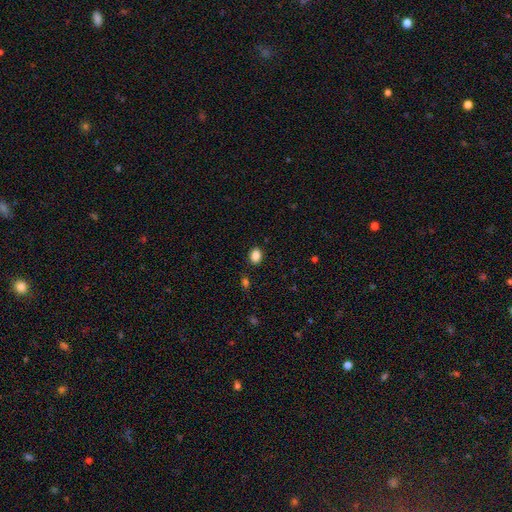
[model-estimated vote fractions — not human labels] Q: Smooth or featured?
A: smooth (87%); runner-up: star or artifact (10%)
Q: How rounded?
A: in between (67%); runner-up: round (32%)
Q: Merging?
A: none (87%); runner-up: minor disturbance (9%)